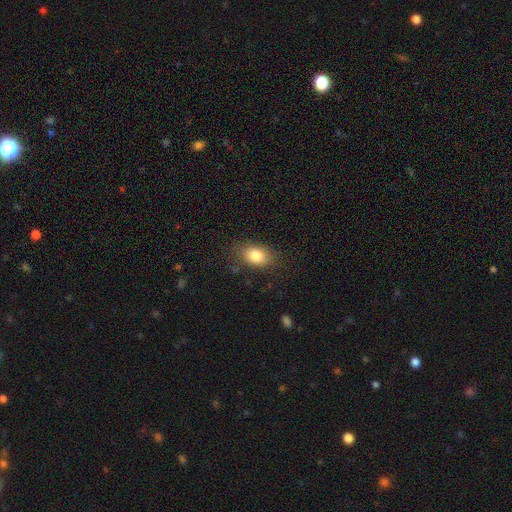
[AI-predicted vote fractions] Smooth or featured: smooth — 82% (featured or disk — 9%)
How rounded: in between — 79% (round — 20%)
Merging: none — 77% (minor disturbance — 16%)